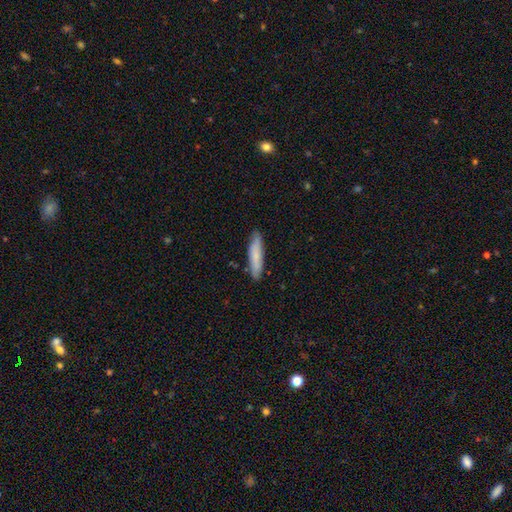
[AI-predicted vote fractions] smooth 77%, featured or disk 18%, star or artifact 5%. Down the decision tree: how rounded — cigar-shaped (84%); merging — none (86%).